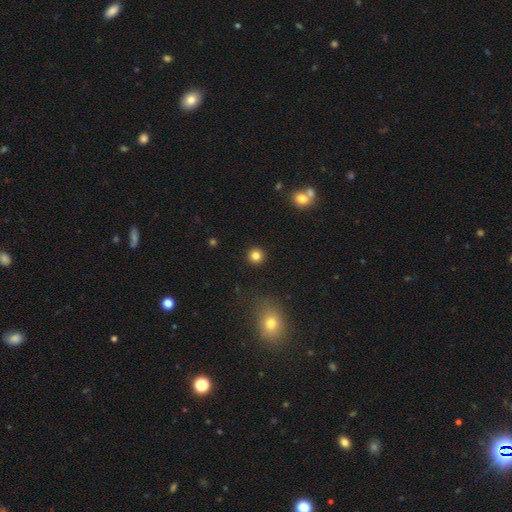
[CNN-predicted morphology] Smooth or featured? Predicted: smooth (p=0.84). How rounded? Predicted: round (p=0.94). Merging? Predicted: none (p=0.92).